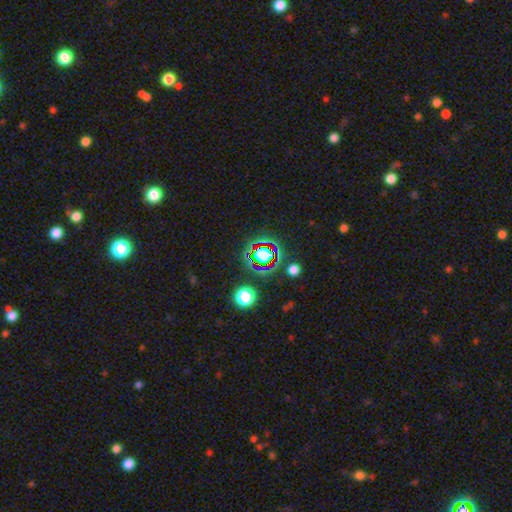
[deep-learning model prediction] Smooth or featured: star or artifact — 78% (smooth — 13%)